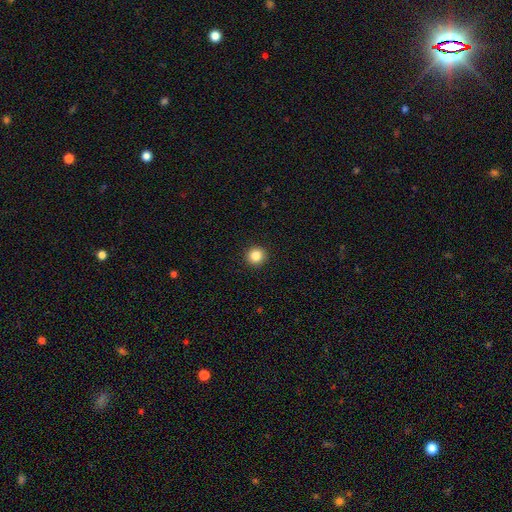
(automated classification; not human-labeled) smooth 85%, star or artifact 10%, featured or disk 4%. Down the decision tree: how rounded — round (94%); merging — none (93%).